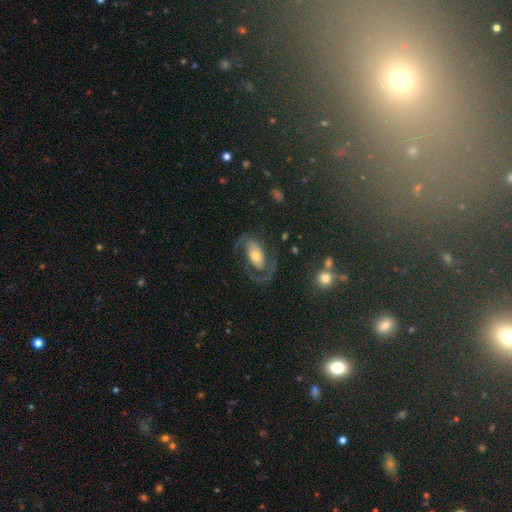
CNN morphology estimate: This is likely a featured or disk galaxy (69%). It is clearly not viewed edge-on (95%). Bar: possibly no (56%). Spiral arm pattern: clearly yes (81%). Spiral arm count: likely 2 (77%). Spiral winding: marginally medium (45%). Central bulge: possibly moderate (53%). Merging: likely none (60%).